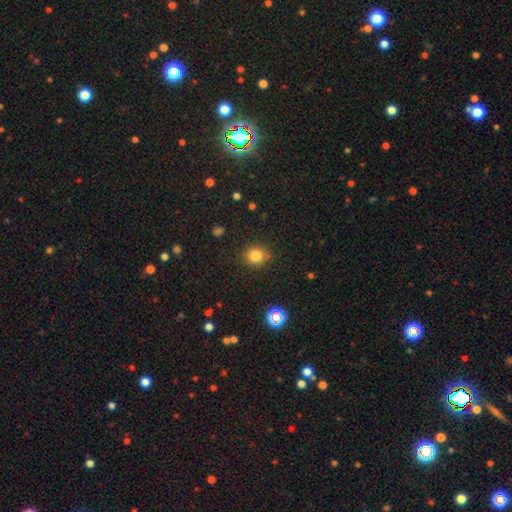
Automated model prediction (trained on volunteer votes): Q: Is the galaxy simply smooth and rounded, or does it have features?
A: smooth — 79%.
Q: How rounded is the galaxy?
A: round — 81%.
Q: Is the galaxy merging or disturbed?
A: none — 86%.